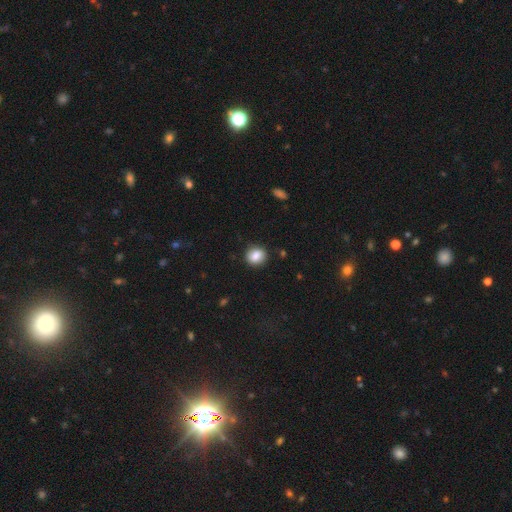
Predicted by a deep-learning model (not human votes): Q: Smooth or featured?
A: smooth (84%); runner-up: star or artifact (9%)
Q: How rounded?
A: round (76%); runner-up: in between (23%)
Q: Merging?
A: none (86%); runner-up: minor disturbance (10%)